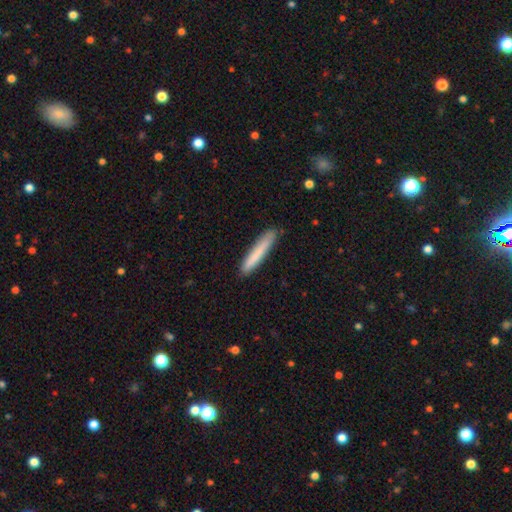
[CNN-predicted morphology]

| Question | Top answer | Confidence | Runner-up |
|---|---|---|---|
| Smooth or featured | smooth | 79% | featured or disk (15%) |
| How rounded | cigar-shaped | 94% | in between (5%) |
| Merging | none | 86% | minor disturbance (10%) |